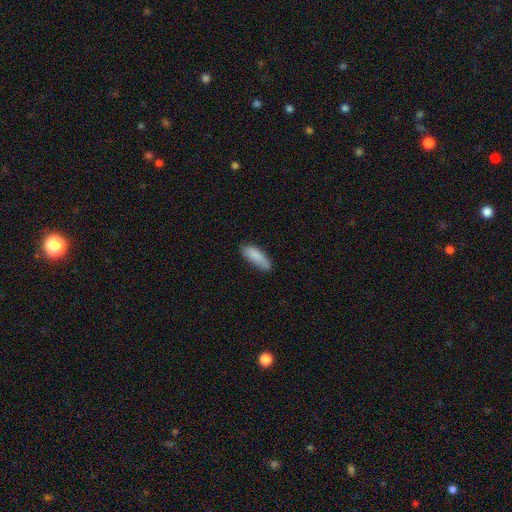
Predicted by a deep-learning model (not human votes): Smooth or featured: smooth — 86% (featured or disk — 7%)
How rounded: in between — 62% (cigar-shaped — 36%)
Merging: none — 68% (minor disturbance — 25%)